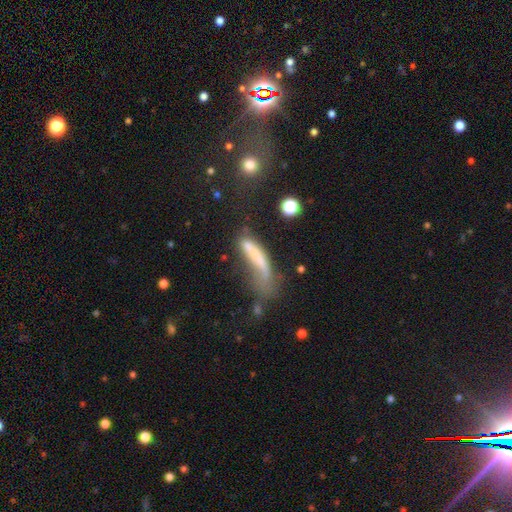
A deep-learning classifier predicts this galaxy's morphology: This appears to be a smooth galaxy with no disk features (58%) that is cigar-shaped (77%). Merging: major disturbance (38%).